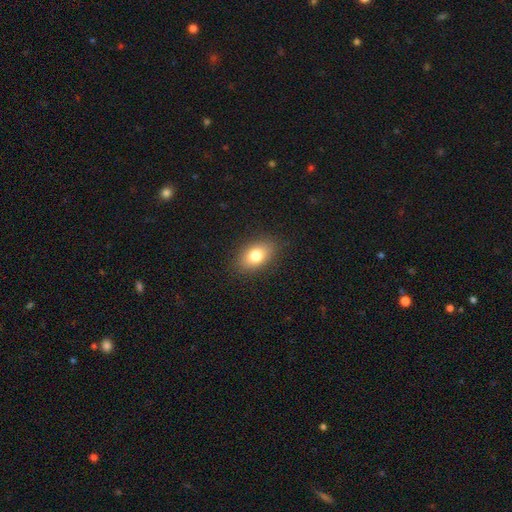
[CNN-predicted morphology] A smooth galaxy with no disk features (80%) that is in between round and cigar-shaped (88%).

Vote fractions:
- Smooth or featured? smooth: 80% / featured or disk: 11% / star or artifact: 9%
- How rounded? in between: 88% / round: 10% / cigar-shaped: 2%
- Merging? none: 87% / minor disturbance: 9% / major disturbance: 3% / merger: 1%